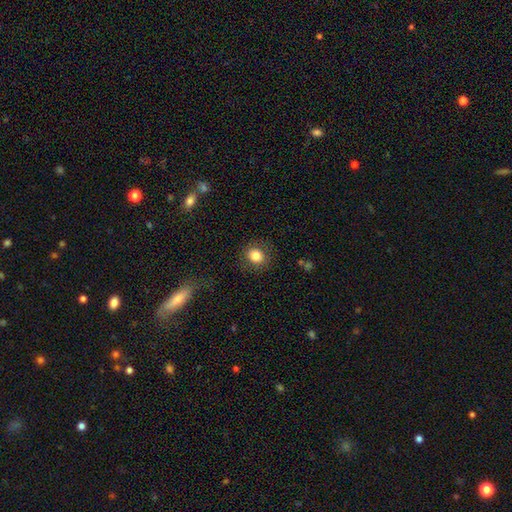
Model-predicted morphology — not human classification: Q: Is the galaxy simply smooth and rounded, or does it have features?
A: smooth — 83%.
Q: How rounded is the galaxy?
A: round — 76%.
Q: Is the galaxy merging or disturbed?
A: none — 85%.